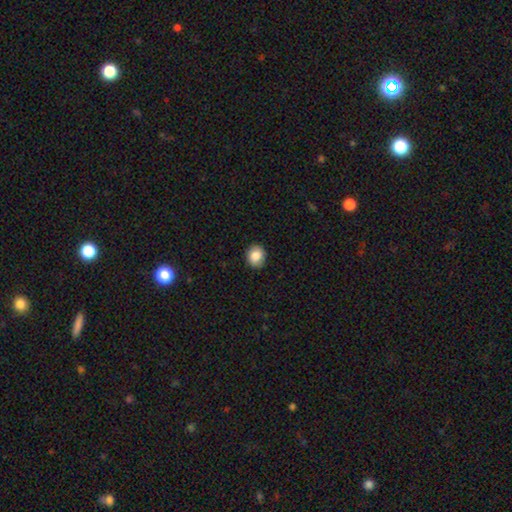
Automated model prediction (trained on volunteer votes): Smooth or featured? smooth (85%)
How rounded? round (65%)
Merging? none (89%)